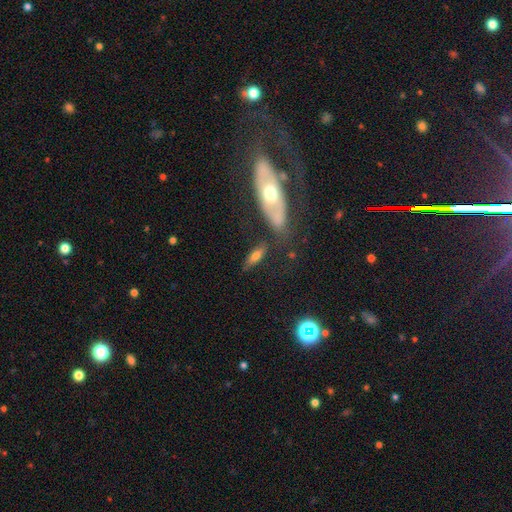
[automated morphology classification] A smooth galaxy with no disk features (64%) that is in between round and cigar-shaped (57%).

Vote fractions:
- Smooth or featured? smooth: 64% / featured or disk: 26% / star or artifact: 10%
- How rounded? in between: 57% / cigar-shaped: 39% / round: 4%
- Merging? none: 65% / minor disturbance: 16% / merger: 11% / major disturbance: 7%